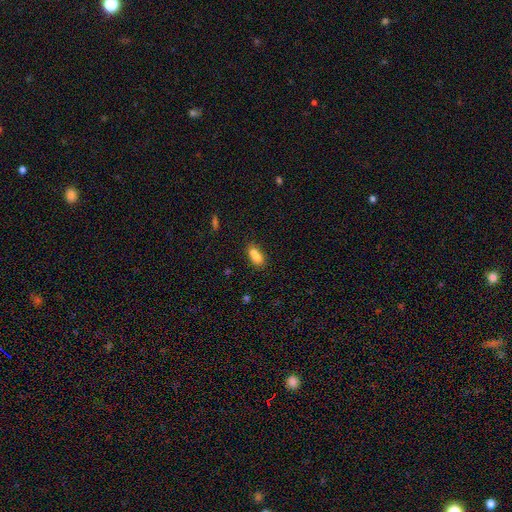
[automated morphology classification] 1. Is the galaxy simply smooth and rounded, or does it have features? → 73% smooth, 16% featured or disk, 11% star or artifact.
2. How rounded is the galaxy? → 71% in between, 23% round, 7% cigar-shaped.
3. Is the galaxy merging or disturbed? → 57% merger, 30% none, 10% minor disturbance, 4% major disturbance.